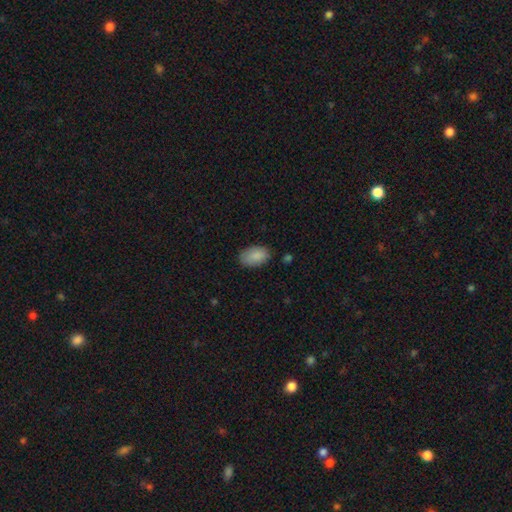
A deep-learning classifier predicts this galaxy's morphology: Smooth or featured? smooth (88%)
How rounded? in between (92%)
Merging? none (77%)